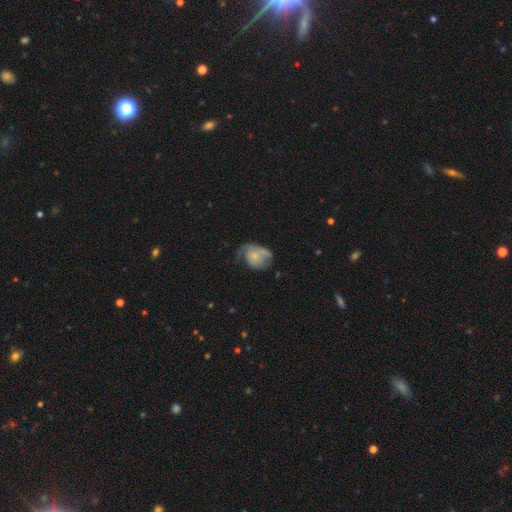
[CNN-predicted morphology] A featured or disk galaxy (51%). Merging: major disturbance (37%).